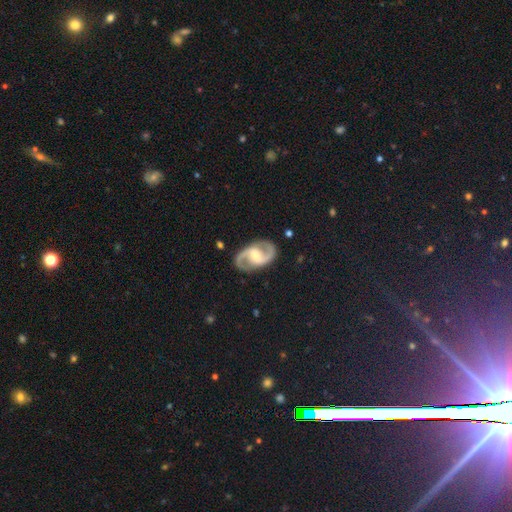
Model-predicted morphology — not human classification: This appears to be a featured or disk galaxy (91%) with a weak bar (46%), 2 (94%) medium (61%) spiral arms (97%) and a moderate central bulge (50%). Merging: none (86%).